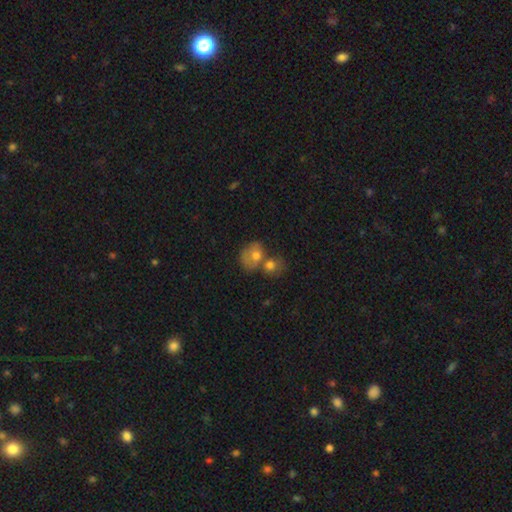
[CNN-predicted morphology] A smooth galaxy with no disk features (65%) that is round (51%).

Vote fractions:
- Smooth or featured? smooth: 65% / featured or disk: 25% / star or artifact: 11%
- How rounded? round: 51% / in between: 48% / cigar-shaped: 1%
- Merging? merger: 56% / none: 28% / minor disturbance: 11% / major disturbance: 5%